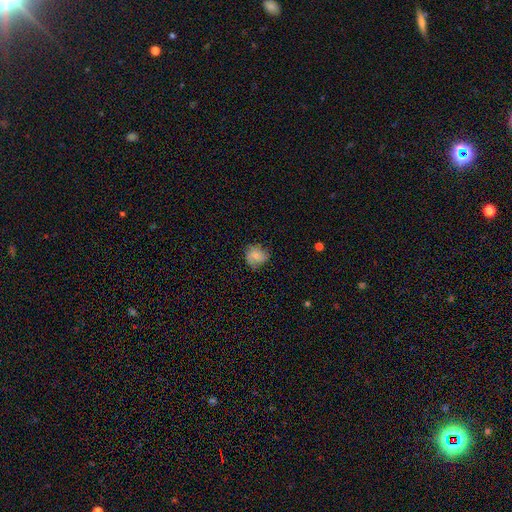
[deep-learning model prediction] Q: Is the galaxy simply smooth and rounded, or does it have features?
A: smooth — 66%.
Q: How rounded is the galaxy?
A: round — 72%.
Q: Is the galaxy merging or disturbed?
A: none — 62%.